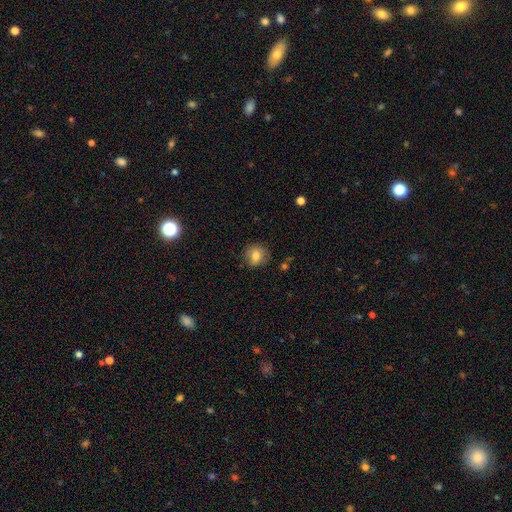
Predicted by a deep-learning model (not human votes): This appears to be a smooth galaxy with no disk features (78%) that is round (78%). Merging: none (81%).